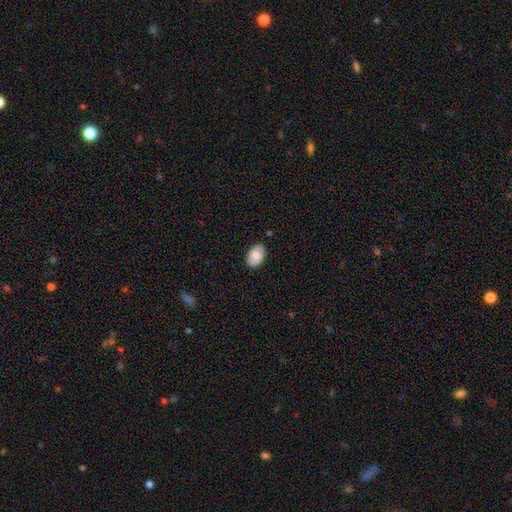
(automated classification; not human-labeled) Morphology: type=smooth (76%); roundness=in between (90%); merging=none (85%).